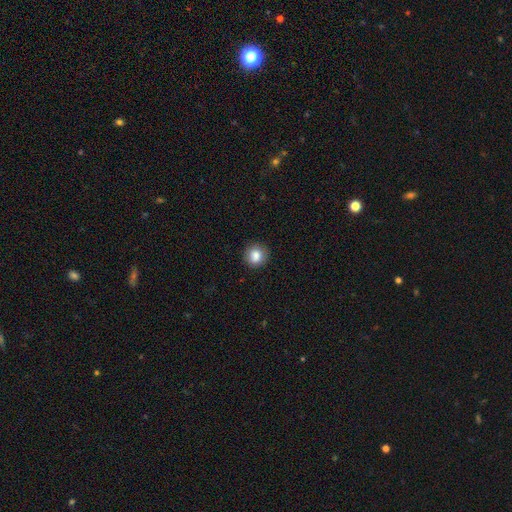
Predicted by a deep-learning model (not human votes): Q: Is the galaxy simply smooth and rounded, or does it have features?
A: smooth — 84%.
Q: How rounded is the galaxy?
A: round — 84%.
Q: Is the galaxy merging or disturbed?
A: none — 87%.